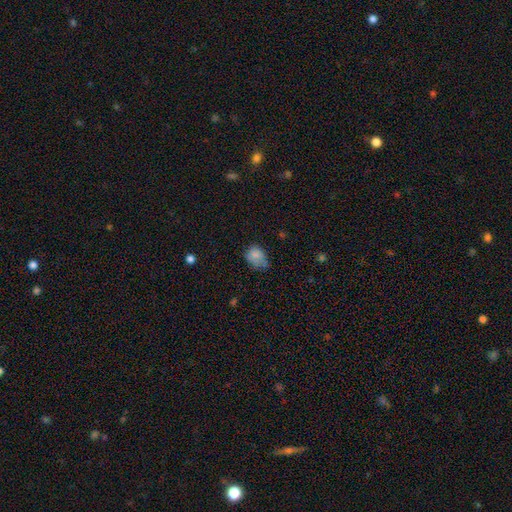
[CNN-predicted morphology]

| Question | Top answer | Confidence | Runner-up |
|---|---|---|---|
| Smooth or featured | smooth | 80% | star or artifact (11%) |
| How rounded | in between | 59% | round (40%) |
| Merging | none | 45% | minor disturbance (39%) |